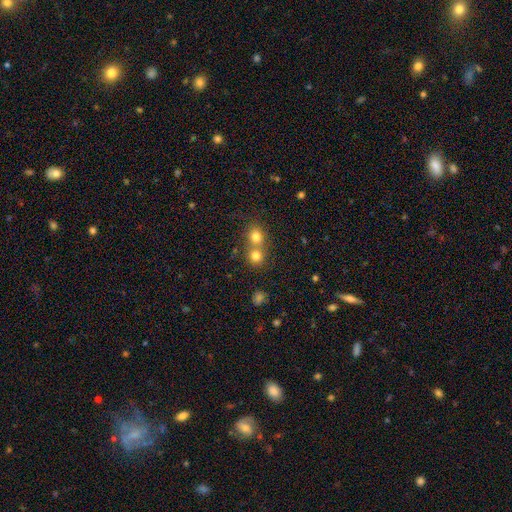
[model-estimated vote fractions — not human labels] Smooth or featured? Predicted: smooth (p=0.77). How rounded? Predicted: round (p=0.85). Merging? Predicted: merger (p=0.48).